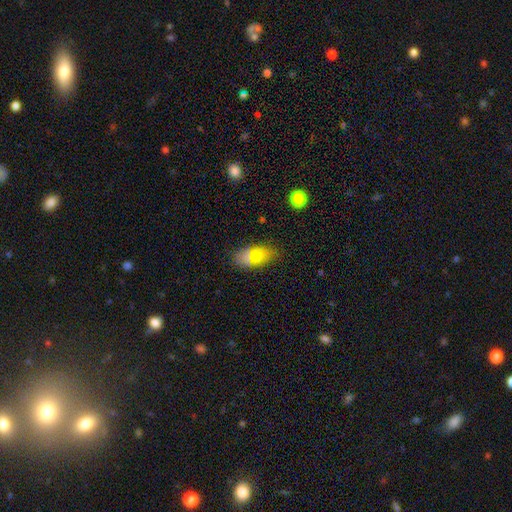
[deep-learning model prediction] smooth 73%, star or artifact 15%, featured or disk 13%. Down the decision tree: how rounded — in between (89%); merging — none (78%).